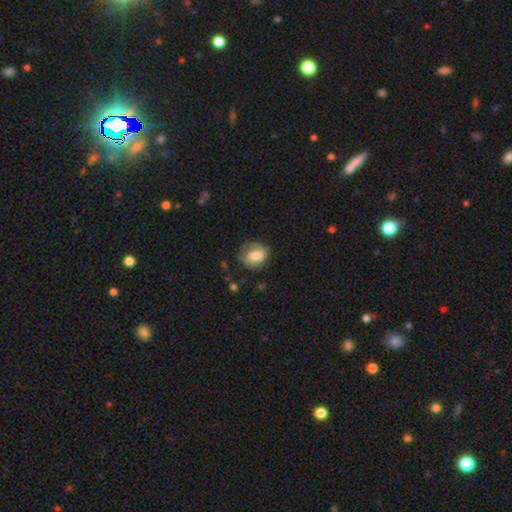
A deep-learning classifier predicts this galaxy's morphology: Smooth or featured? smooth (65%)
How rounded? round (55%)
Merging? none (65%)